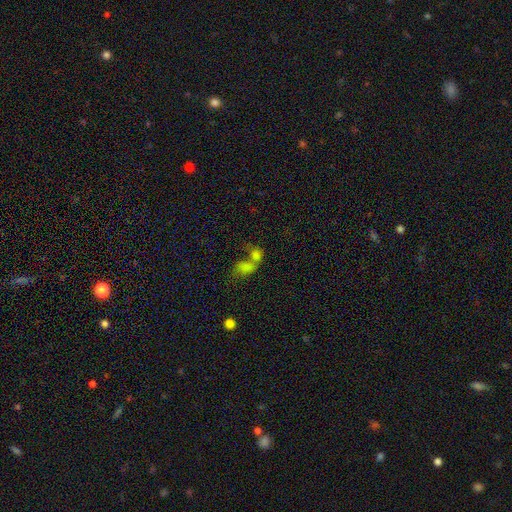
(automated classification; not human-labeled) smooth 73%, star or artifact 14%, featured or disk 13%. Down the decision tree: how rounded — in between (72%); merging — merger (69%).